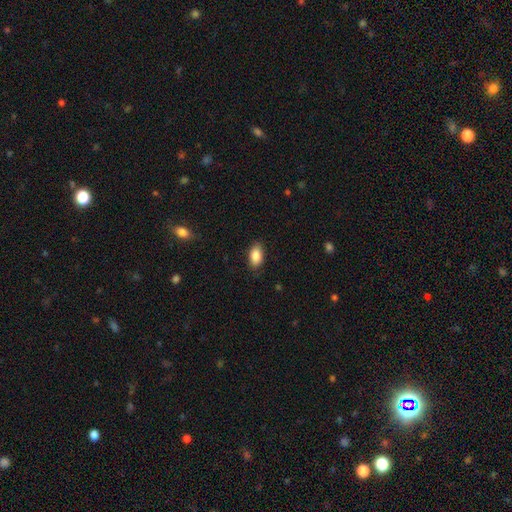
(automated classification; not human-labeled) A smooth galaxy with no disk features (87%) that is in between round and cigar-shaped (91%).

Vote fractions:
- Smooth or featured? smooth: 87% / star or artifact: 7% / featured or disk: 6%
- How rounded? in between: 91% / round: 6% / cigar-shaped: 3%
- Merging? none: 86% / minor disturbance: 11% / major disturbance: 2% / merger: 1%